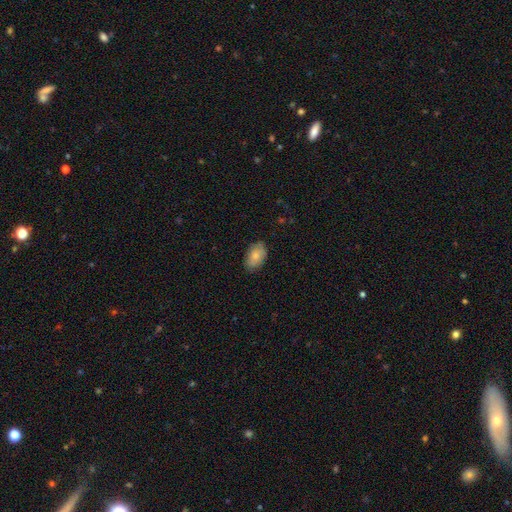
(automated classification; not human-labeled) Smooth or featured? Predicted: smooth (p=0.79). How rounded? Predicted: in between (p=0.92). Merging? Predicted: none (p=0.82).